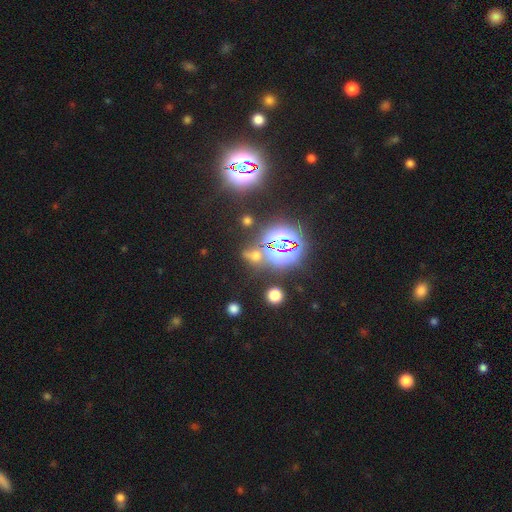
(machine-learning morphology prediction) star or artifact 59%, smooth 29%, featured or disk 12%.